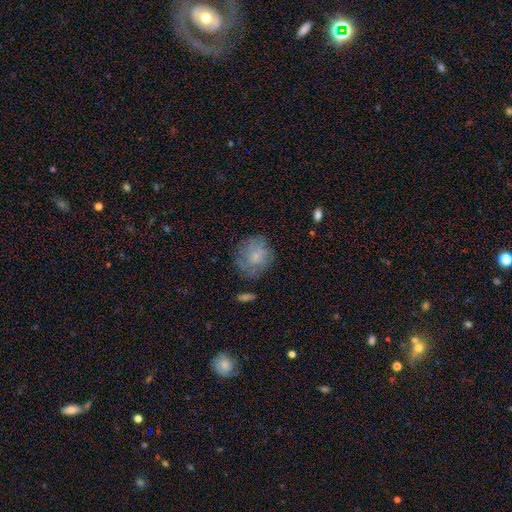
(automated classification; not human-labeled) smooth-or-featured: smooth: 63% | featured or disk: 27% | star or artifact: 10%
  how-rounded: round: 79% | in between: 20% | cigar-shaped: 1%
  merging: none: 68% | minor disturbance: 20% | major disturbance: 9% | merger: 3%